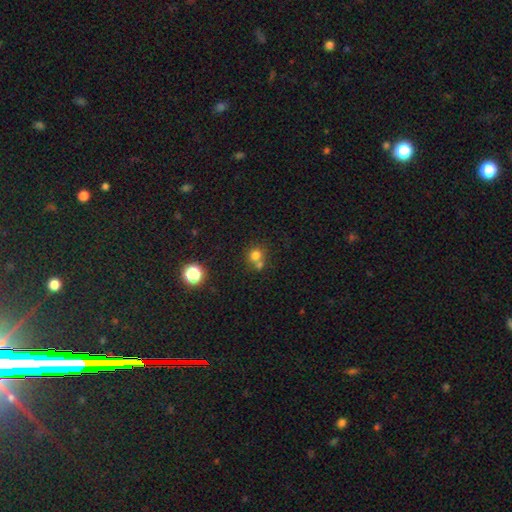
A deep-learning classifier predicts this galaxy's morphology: Smooth or featured?
  - smooth: 73% *
  - star or artifact: 16%
  - featured or disk: 11%
How rounded?
  - round: 86% *
  - in between: 13%
  - cigar-shaped: 1%
Merging?
  - none: 48% *
  - merger: 41%
  - minor disturbance: 7%
  - major disturbance: 3%